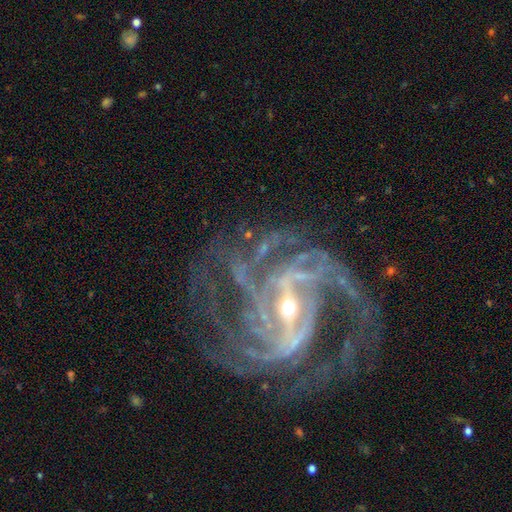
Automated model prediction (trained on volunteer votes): Smooth or featured? featured or disk (91%)
Edge-on disk? no (97%)
Bar? strong (52%)
Spiral arms? yes (98%)
Spiral winding? medium (46%)
Spiral arm count? 3 (23%)
Bulge size? small (61%)
Merging? none (63%)